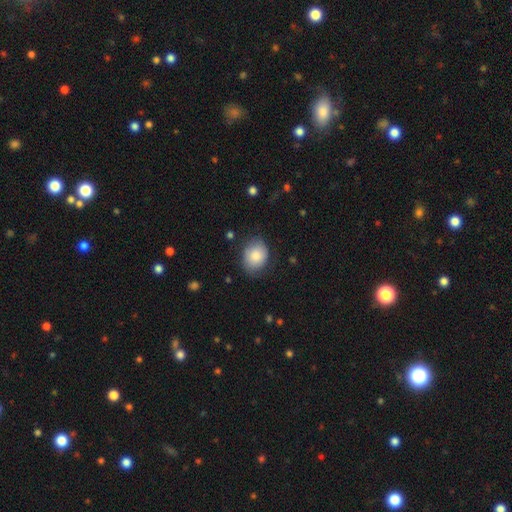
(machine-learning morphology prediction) A smooth galaxy with no disk features (84%) that is in between round and cigar-shaped (55%).

Vote fractions:
- Smooth or featured? smooth: 84% / featured or disk: 9% / star or artifact: 7%
- How rounded? in between: 55% / round: 44% / cigar-shaped: 1%
- Merging? none: 75% / minor disturbance: 18% / major disturbance: 5% / merger: 1%